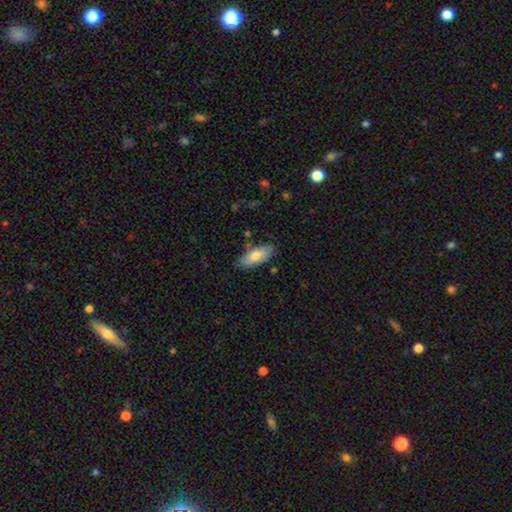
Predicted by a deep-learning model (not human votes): Morphology: type=smooth (77%); roundness=in between (82%); merging=none (80%).